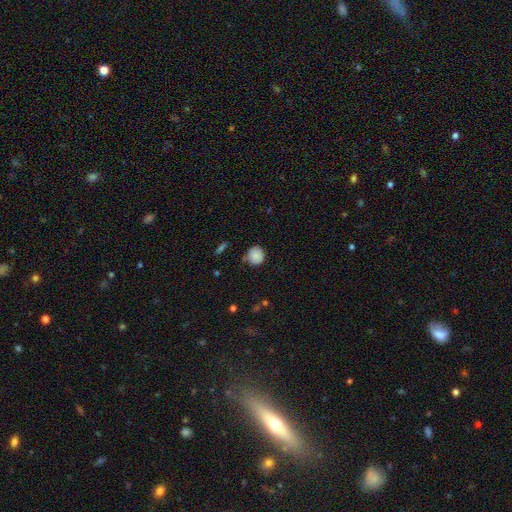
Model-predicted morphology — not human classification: The model was most divided on "merging": none: 73%, minor disturbance: 21%, major disturbance: 4%, merger: 3%. More confident: how rounded — round (86%); smooth or featured — smooth (84%).